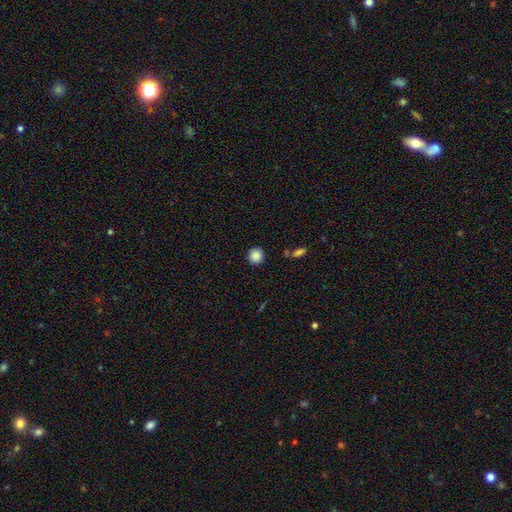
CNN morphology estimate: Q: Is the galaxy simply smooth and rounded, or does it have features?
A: smooth — 87%.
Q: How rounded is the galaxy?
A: round — 93%.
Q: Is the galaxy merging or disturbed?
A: none — 89%.